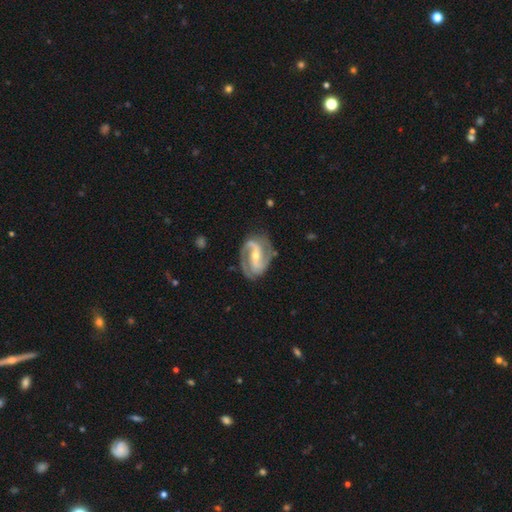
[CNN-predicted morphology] featured or disk 90%, smooth 5%, star or artifact 4%. Down the decision tree: edge-on disk — no (97%); bar — strong (44%); spiral arms — yes (97%); spiral arm count — 2 (90%); spiral winding — medium (53%); bulge size — small (50%); merging — none (76%).